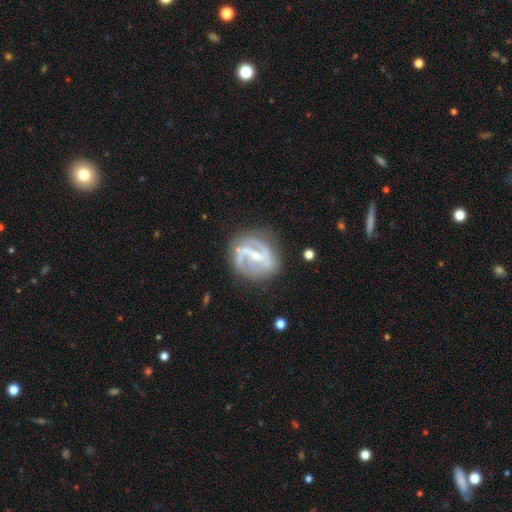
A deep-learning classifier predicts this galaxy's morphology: A featured or disk galaxy (88%) with a strong bar (49%), 2 (75%) medium (48%) spiral arms (94%) and a small central bulge (63%).

Vote fractions:
- Smooth or featured? featured or disk: 88% / smooth: 6% / star or artifact: 6%
- Edge-on disk? no: 97% / yes: 3%
- Bar? strong: 49% / weak: 36% / no: 15%
- Spiral arms? yes: 94% / no: 6%
- Spiral winding? medium: 48% / loose: 27% / tight: 24%
- Spiral arm count? 2: 75% / 3: 9% / can't tell: 8% / 1: 4% / 4: 2% / more than 4: 2%
- Bulge size? small: 63% / moderate: 33% / none: 2% / large: 1% / dominant: 1%
- Merging? none: 71% / minor disturbance: 18% / major disturbance: 9% / merger: 2%